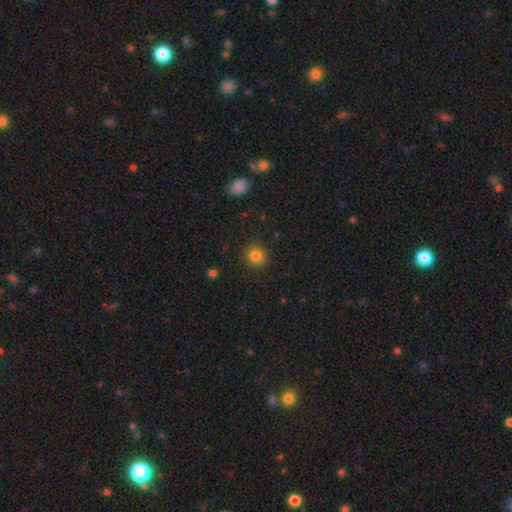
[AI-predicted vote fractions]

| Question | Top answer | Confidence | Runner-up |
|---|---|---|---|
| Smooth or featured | smooth | 82% | star or artifact (12%) |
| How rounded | round | 90% | in between (9%) |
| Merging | none | 89% | minor disturbance (7%) |